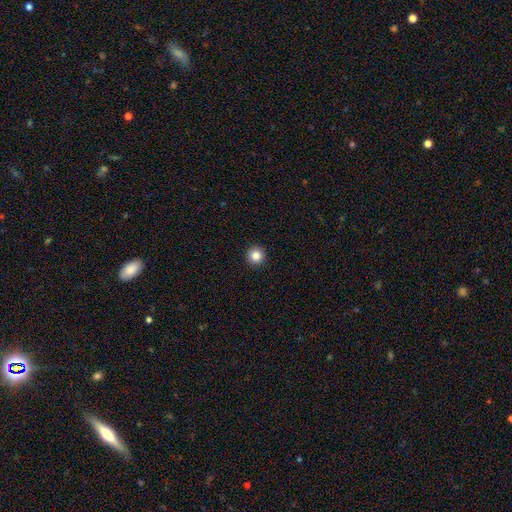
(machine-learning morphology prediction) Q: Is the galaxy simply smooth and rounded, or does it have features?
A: smooth — 85%.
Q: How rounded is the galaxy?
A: round — 96%.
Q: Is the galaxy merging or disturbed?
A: none — 94%.